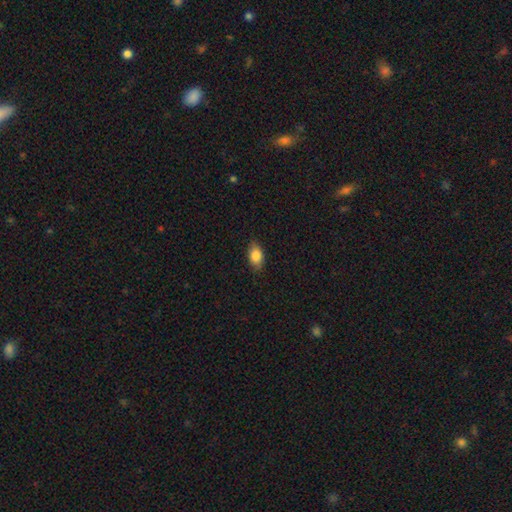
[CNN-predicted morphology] Smooth or featured?
  - smooth: 84% *
  - featured or disk: 8%
  - star or artifact: 7%
How rounded?
  - in between: 88% *
  - round: 9%
  - cigar-shaped: 2%
Merging?
  - none: 84% *
  - minor disturbance: 12%
  - major disturbance: 2%
  - merger: 1%